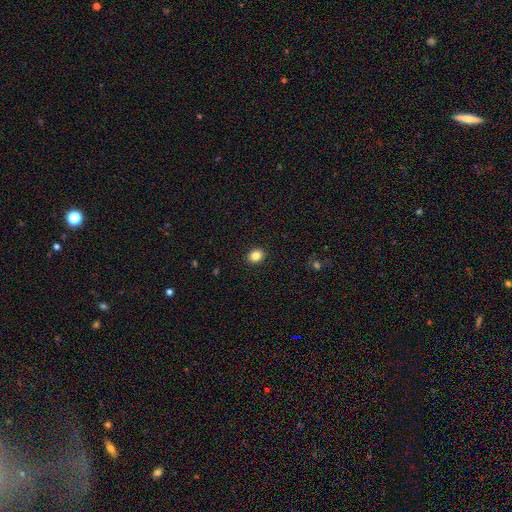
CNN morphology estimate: type=smooth (85%); roundness=round (60%); merging=none (91%).